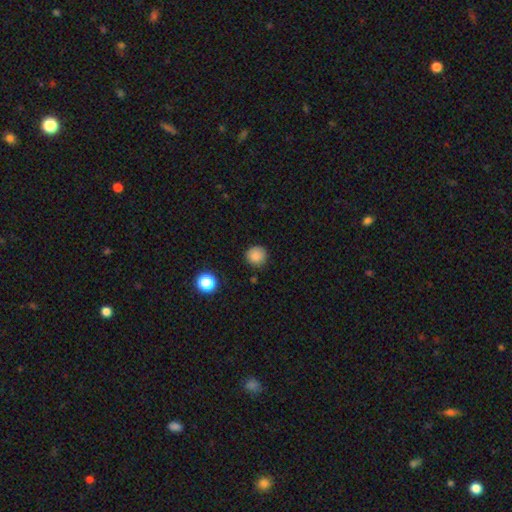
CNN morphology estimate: smooth 85%, star or artifact 11%, featured or disk 4%. Down the decision tree: how rounded — round (94%); merging — none (87%).